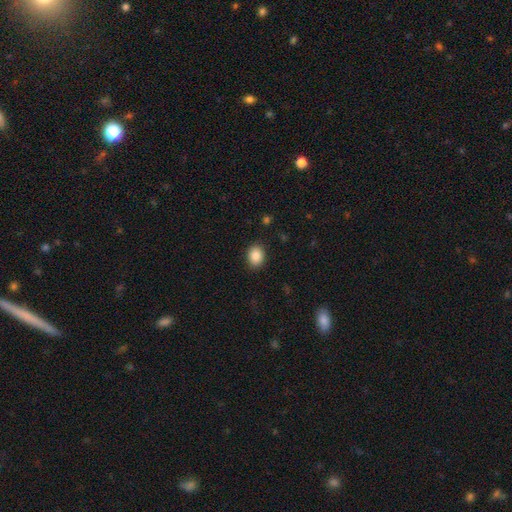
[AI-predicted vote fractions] smooth 87%, star or artifact 8%, featured or disk 4%. Down the decision tree: how rounded — in between (57%); merging — none (89%).